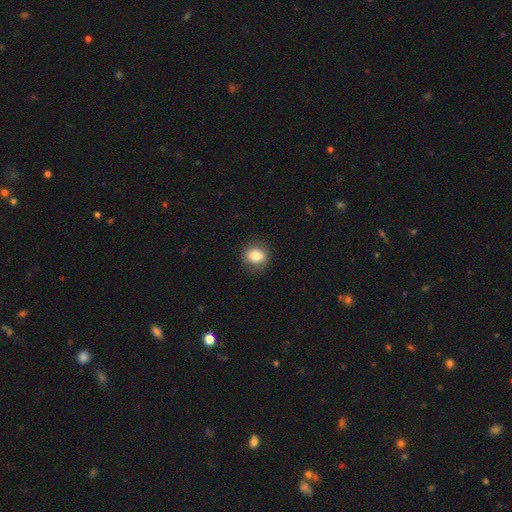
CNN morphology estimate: smooth 79%, featured or disk 12%, star or artifact 9%. Down the decision tree: how rounded — round (70%); merging — none (85%).